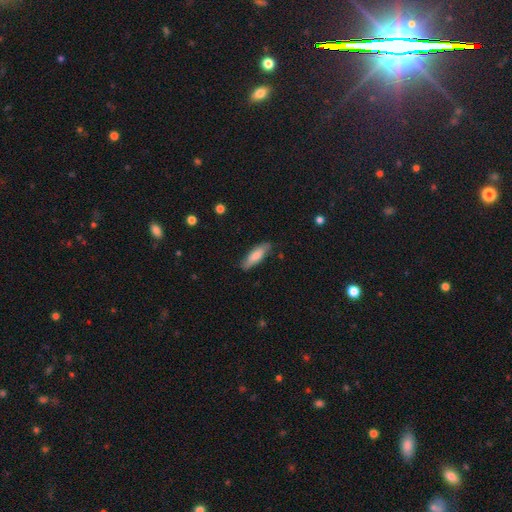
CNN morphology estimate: A smooth galaxy with no disk features (72%) that is cigar-shaped (52%). Merging: none (82%).